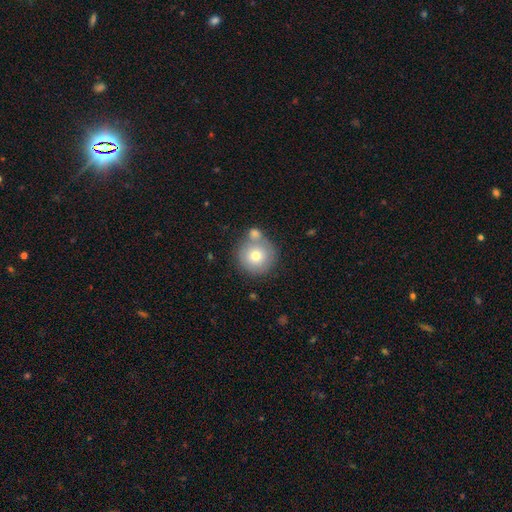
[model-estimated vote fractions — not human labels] Smooth or featured? Predicted: smooth (p=0.73). How rounded? Predicted: round (p=0.94). Merging? Predicted: none (p=0.58).